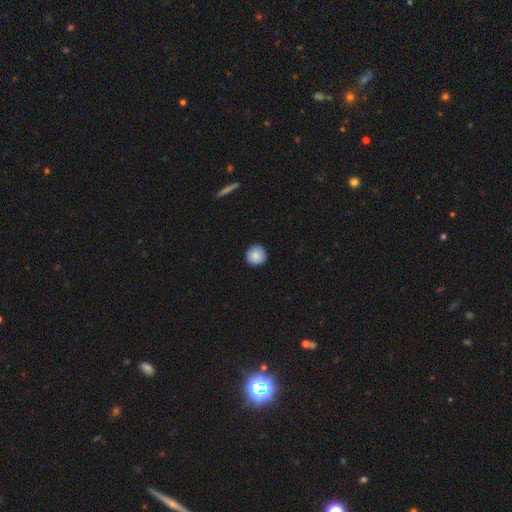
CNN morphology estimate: A smooth galaxy with no disk features (85%) that is round (95%).

Vote fractions:
- Smooth or featured? smooth: 85% / star or artifact: 8% / featured or disk: 7%
- How rounded? round: 95% / in between: 4% / cigar-shaped: 1%
- Merging? none: 91% / minor disturbance: 7% / major disturbance: 2% / merger: 1%